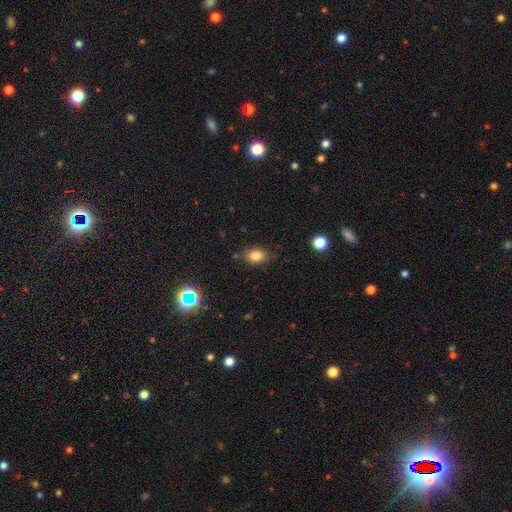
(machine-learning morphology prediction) Smooth or featured? Predicted: smooth (p=0.82). How rounded? Predicted: in between (p=0.74). Merging? Predicted: none (p=0.79).